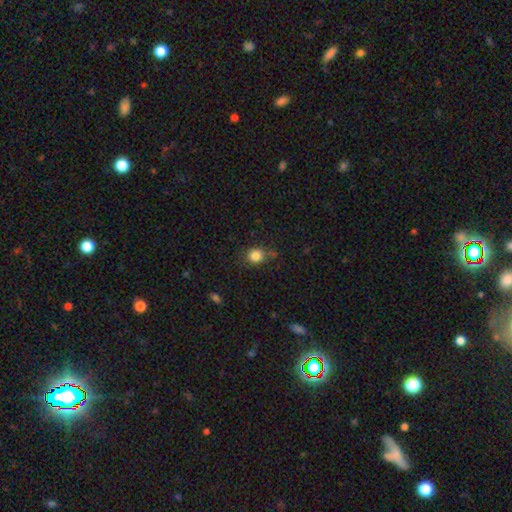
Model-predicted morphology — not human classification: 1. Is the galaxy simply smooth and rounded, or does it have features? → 83% smooth, 11% star or artifact, 6% featured or disk.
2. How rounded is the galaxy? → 80% round, 20% in between, 1% cigar-shaped.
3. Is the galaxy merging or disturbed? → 71% none, 19% minor disturbance, 5% major disturbance, 4% merger.